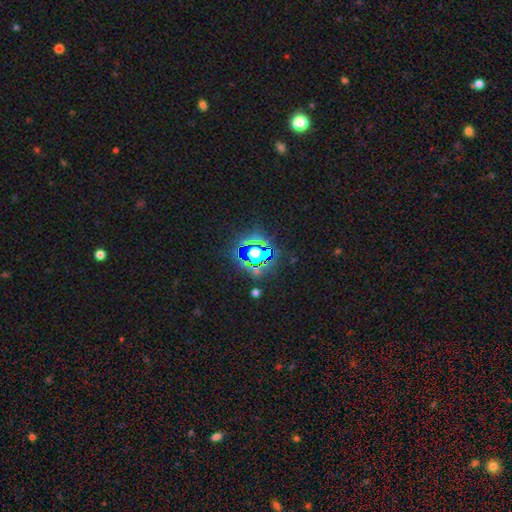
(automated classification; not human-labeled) Overall: star or artifact (66%).